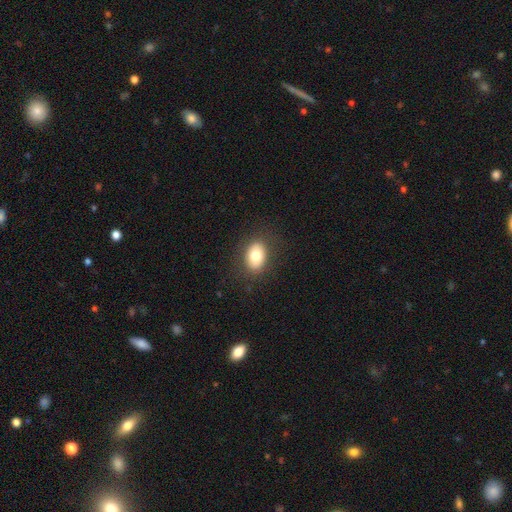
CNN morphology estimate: Smooth or featured: smooth — 78% (featured or disk — 13%)
How rounded: in between — 78% (round — 21%)
Merging: none — 85% (minor disturbance — 11%)